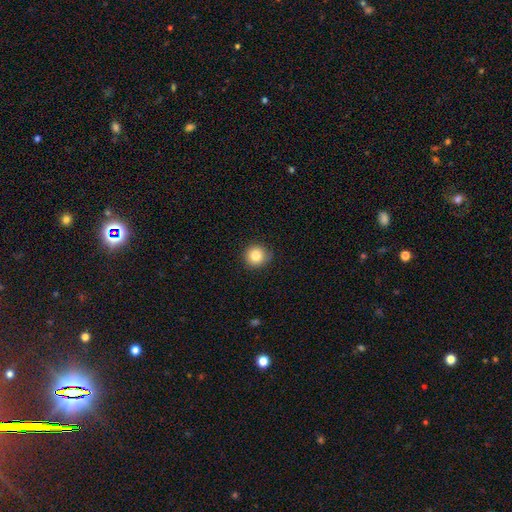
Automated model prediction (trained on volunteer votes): smooth_or_featured: smooth (p=0.82) [alt: star or artifact p=0.10]
how_rounded: round (p=0.94) [alt: in between p=0.05]
merging: none (p=0.87) [alt: minor disturbance p=0.10]